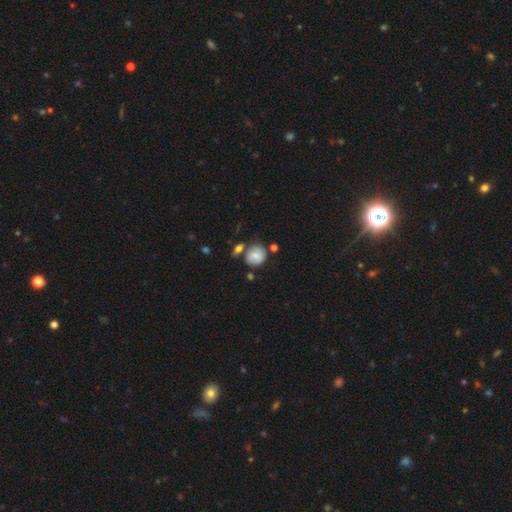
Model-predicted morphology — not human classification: Q: Smooth or featured?
A: smooth (66%); runner-up: featured or disk (26%)
Q: How rounded?
A: round (79%); runner-up: in between (20%)
Q: Merging?
A: none (58%); runner-up: minor disturbance (20%)